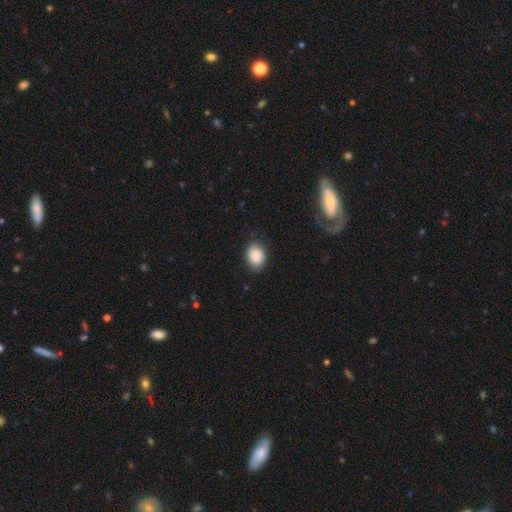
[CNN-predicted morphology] The model was most divided on "how rounded": in between: 60%, round: 39%, cigar-shaped: 1%. More confident: smooth or featured — smooth (86%); merging — none (78%).